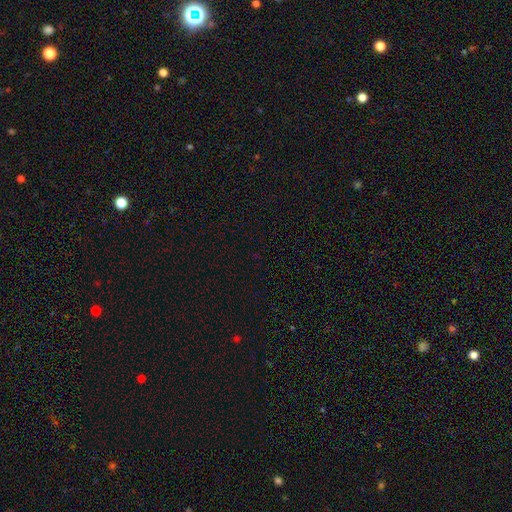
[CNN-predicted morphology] A star or artifact, not a galaxy (73%).